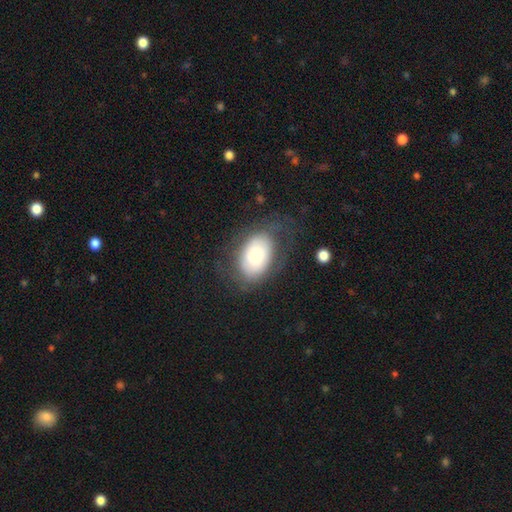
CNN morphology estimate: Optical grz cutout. It shows a smooth galaxy with no disk features (64%) that is in between round and cigar-shaped (87%). Merging: none (58%).